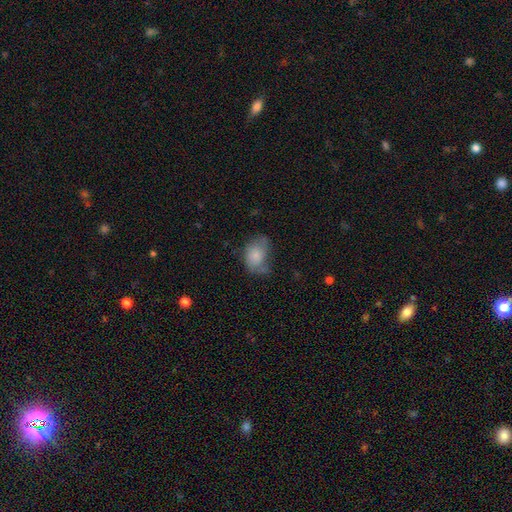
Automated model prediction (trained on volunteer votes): A smooth galaxy with no disk features (69%) that is in between round and cigar-shaped (80%). Merging: none (38%).